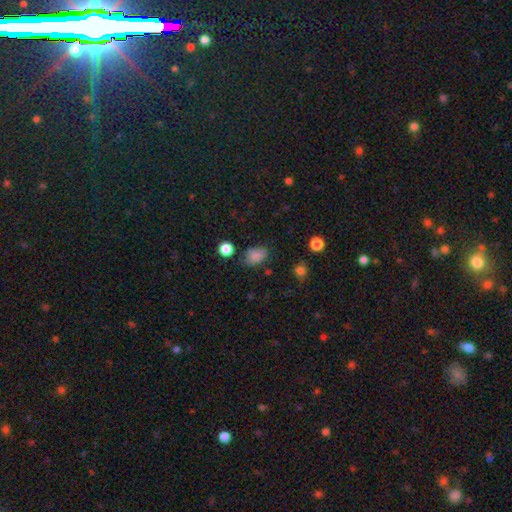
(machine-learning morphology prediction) smooth-or-featured: smooth: 81% | star or artifact: 12% | featured or disk: 7%
  how-rounded: in between: 79% | round: 20% | cigar-shaped: 1%
  merging: none: 62% | minor disturbance: 27% | major disturbance: 7% | merger: 4%